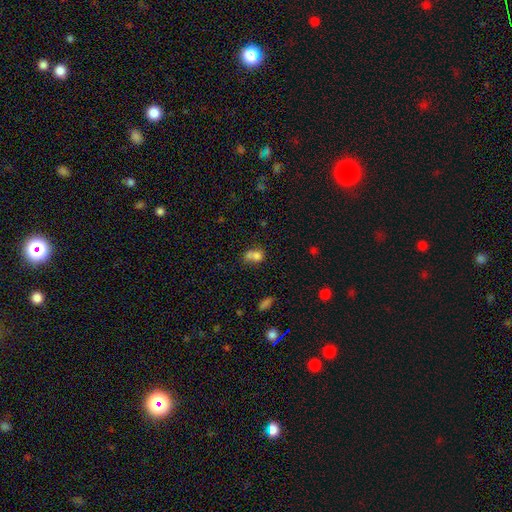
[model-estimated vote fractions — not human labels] This is likely a smooth galaxy (75%). How rounded: possibly in between (50%). Merging: marginally merger (45%).